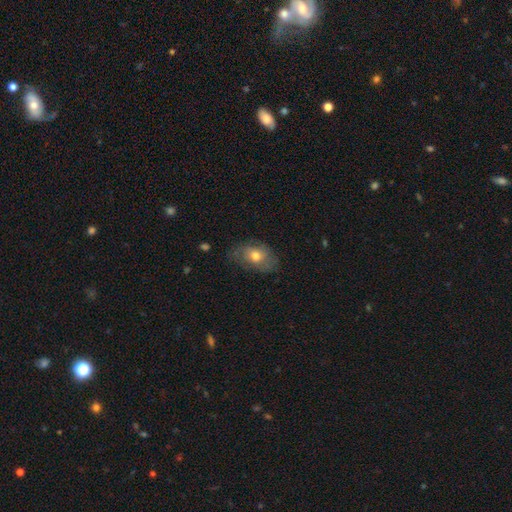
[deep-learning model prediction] Smooth or featured: smooth — 62% (featured or disk — 30%)
How rounded: in between — 81% (round — 18%)
Merging: none — 61% (minor disturbance — 26%)